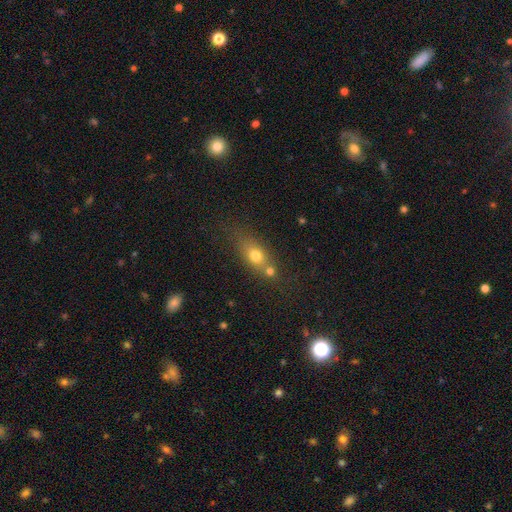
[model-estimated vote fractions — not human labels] Smooth or featured? Predicted: smooth (p=0.69). How rounded? Predicted: in between (p=0.57). Merging? Predicted: none (p=0.48).